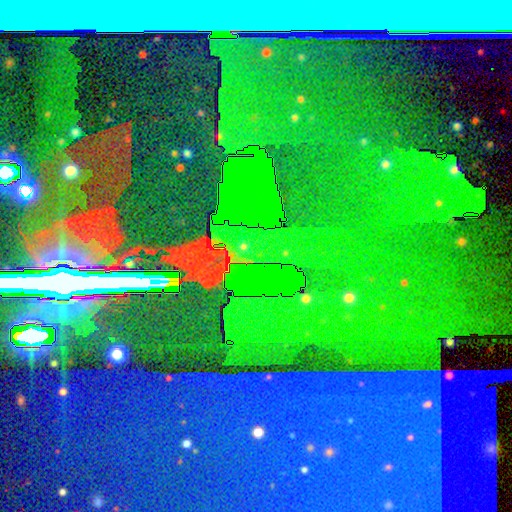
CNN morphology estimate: smooth-or-featured: star or artifact: 84% | featured or disk: 9% | smooth: 7%